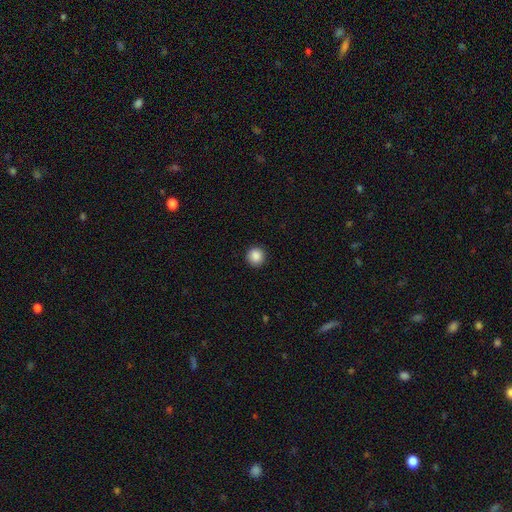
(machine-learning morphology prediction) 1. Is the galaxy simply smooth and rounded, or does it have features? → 88% smooth, 9% star or artifact, 3% featured or disk.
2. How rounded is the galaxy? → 95% round, 4% in between, 1% cigar-shaped.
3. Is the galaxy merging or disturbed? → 92% none, 5% minor disturbance, 2% major disturbance, 1% merger.